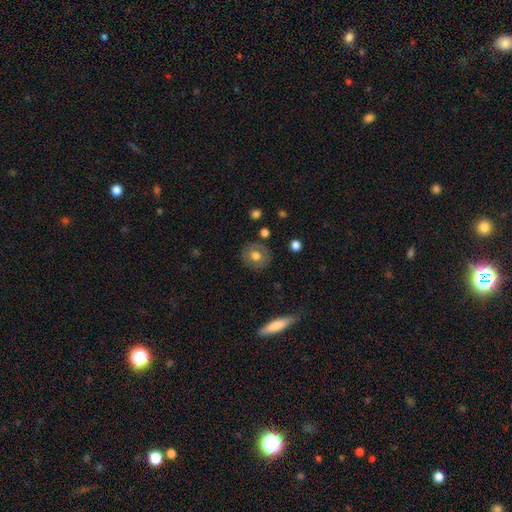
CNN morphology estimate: Overall: smooth (65%; featured or disk 27%). How rounded: round (83%). Merging: none (84%).